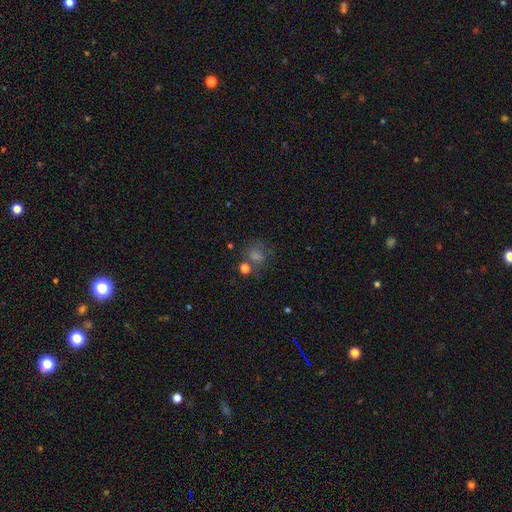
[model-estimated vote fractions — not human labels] The model was most divided on "smooth or featured": smooth: 50%, star or artifact: 34%, featured or disk: 16%. More confident: merging — none (67%).